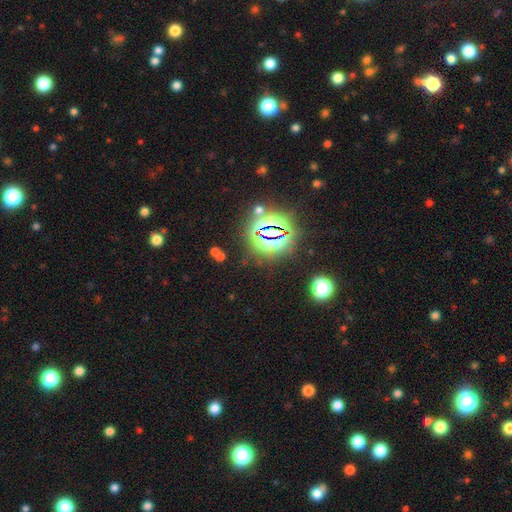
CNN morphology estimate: smooth-or-featured: star or artifact: 82% | smooth: 11% | featured or disk: 7%